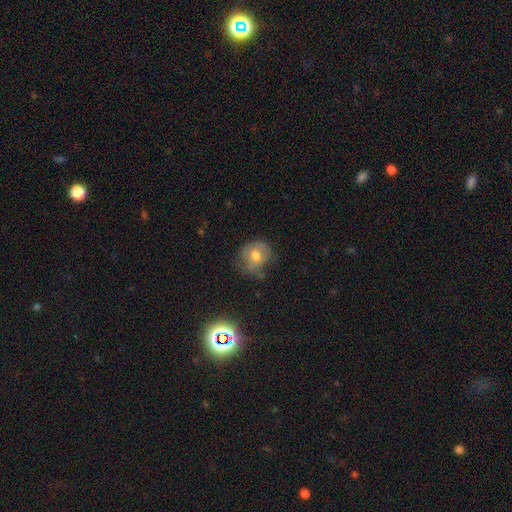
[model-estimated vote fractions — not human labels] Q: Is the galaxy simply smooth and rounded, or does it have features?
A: smooth — 58%.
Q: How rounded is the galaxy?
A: round — 64%.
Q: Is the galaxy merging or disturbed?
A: none — 49%.